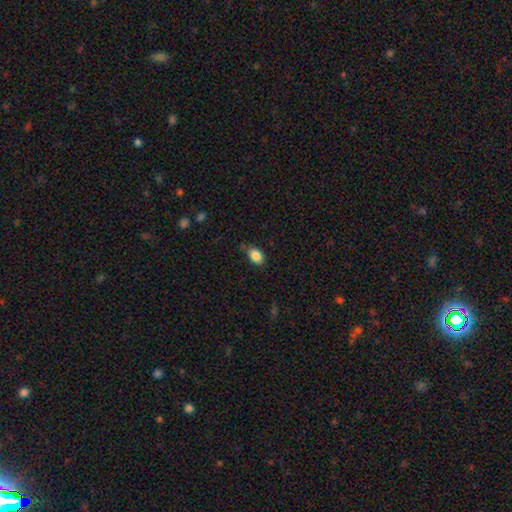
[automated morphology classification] Smooth or featured: smooth — 86% (star or artifact — 8%)
How rounded: in between — 88% (round — 11%)
Merging: none — 71% (minor disturbance — 23%)